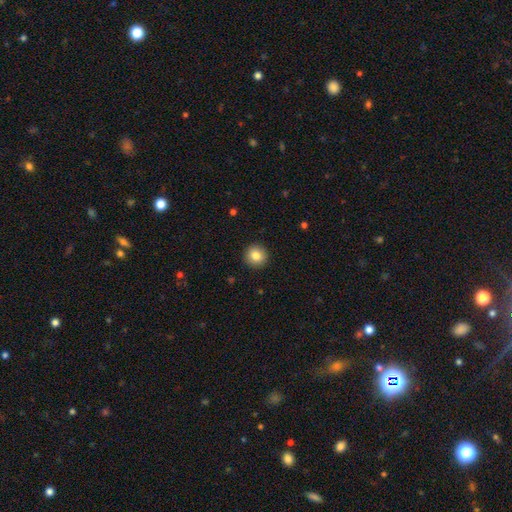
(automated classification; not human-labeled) A smooth galaxy with no disk features (83%) that is round (95%). Merging: none (93%).